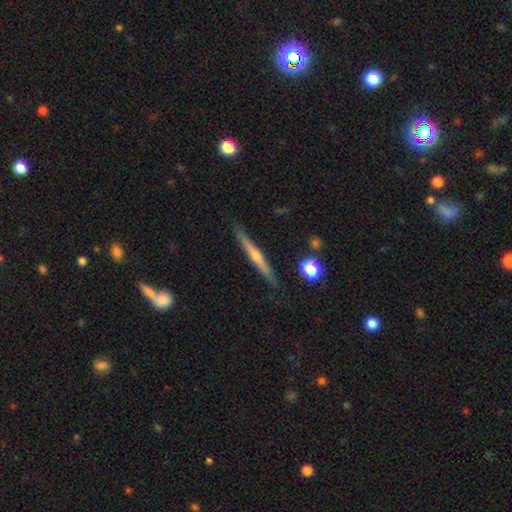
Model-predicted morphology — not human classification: Q: Smooth or featured?
A: featured or disk (72%); runner-up: smooth (22%)
Q: Edge-on disk?
A: yes (98%); runner-up: no (2%)
Q: Edge-on bulge?
A: rounded (81%); runner-up: none (16%)
Q: Merging?
A: none (89%); runner-up: minor disturbance (8%)